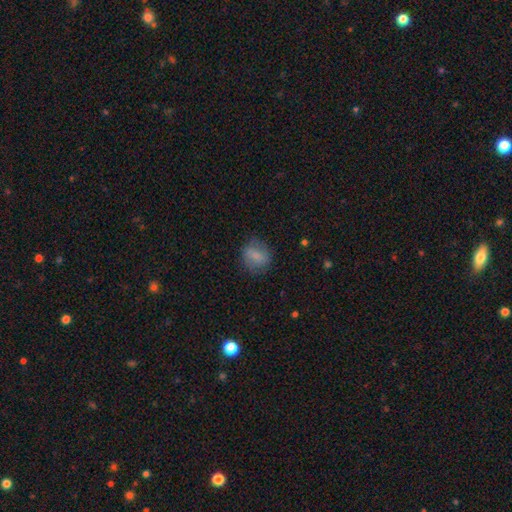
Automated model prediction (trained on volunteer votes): Smooth or featured?
  - smooth: 75% *
  - featured or disk: 16%
  - star or artifact: 8%
How rounded?
  - round: 62% *
  - in between: 36%
  - cigar-shaped: 2%
Merging?
  - none: 75% *
  - minor disturbance: 17%
  - major disturbance: 6%
  - merger: 1%